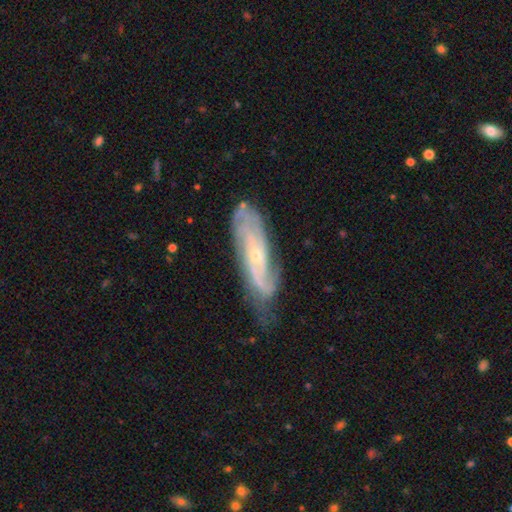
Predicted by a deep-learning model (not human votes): Morphology: type=featured or disk (83%); edge-on=no (86%); bar=no (67%); spiral arms=yes (94%); winding=tight (53%); arm count=can't tell (36%); bulge=small (74%); merging=none (63%).